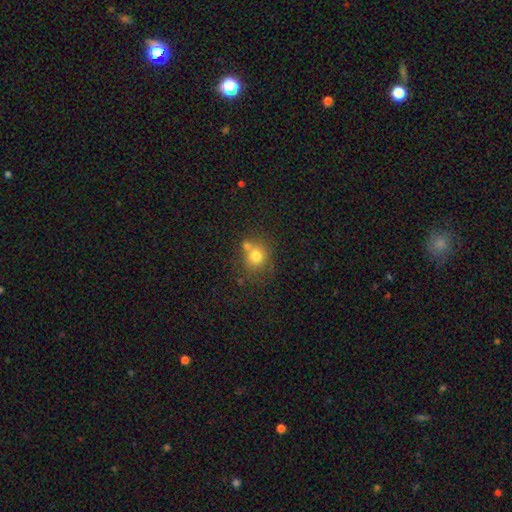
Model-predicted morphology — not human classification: smooth 75%, star or artifact 13%, featured or disk 12%. Down the decision tree: how rounded — round (80%); merging — none (56%).